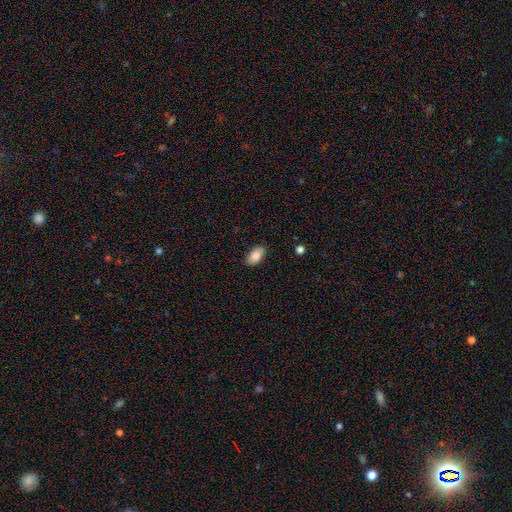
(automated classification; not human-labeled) Smooth or featured? smooth (85%)
How rounded? in between (93%)
Merging? none (85%)